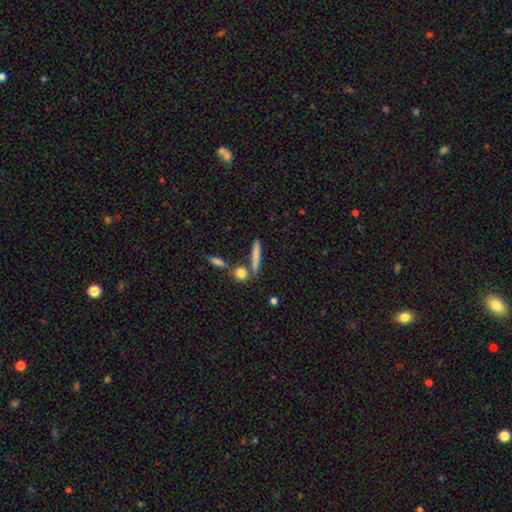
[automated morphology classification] smooth-or-featured: smooth: 75% | featured or disk: 17% | star or artifact: 8%
  how-rounded: cigar-shaped: 82% | in between: 11% | round: 7%
  merging: none: 73% | merger: 13% | minor disturbance: 10% | major disturbance: 4%